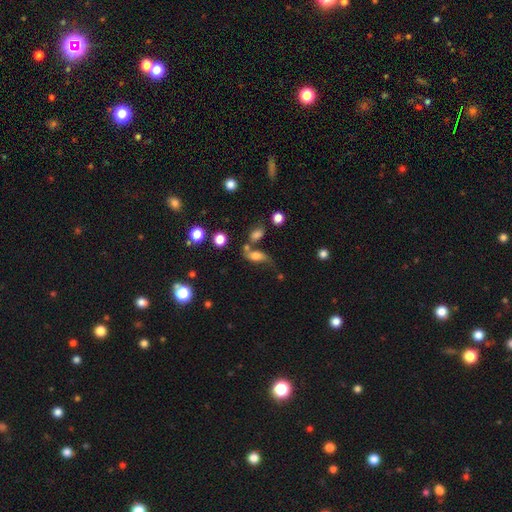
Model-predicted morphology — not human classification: A smooth galaxy with no disk features (60%) that is in between round and cigar-shaped (75%). Merging: none (40%).